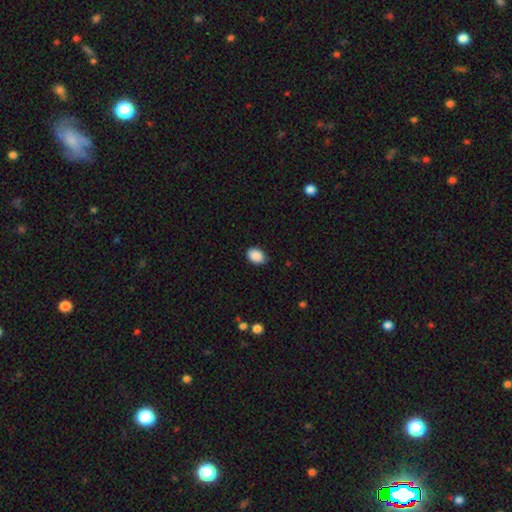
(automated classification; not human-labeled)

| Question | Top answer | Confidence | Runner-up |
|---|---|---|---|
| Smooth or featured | smooth | 90% | star or artifact (7%) |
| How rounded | in between | 74% | round (25%) |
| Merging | none | 81% | minor disturbance (16%) |